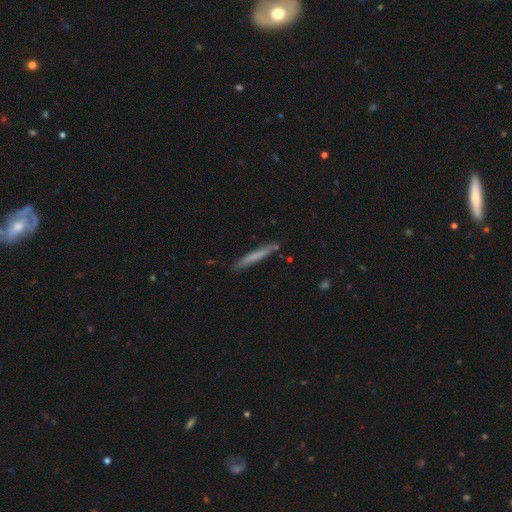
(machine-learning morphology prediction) A smooth galaxy with no disk features (66%) that is cigar-shaped (96%).

Vote fractions:
- Smooth or featured? smooth: 66% / featured or disk: 28% / star or artifact: 6%
- How rounded? cigar-shaped: 96% / in between: 3% / round: 1%
- Merging? none: 86% / minor disturbance: 11% / merger: 2% / major disturbance: 2%